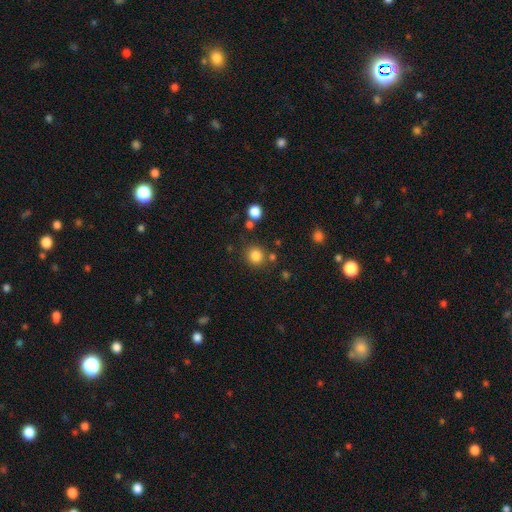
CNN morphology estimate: smooth-or-featured: smooth: 83% | star or artifact: 12% | featured or disk: 5%
  how-rounded: round: 89% | in between: 10% | cigar-shaped: 1%
  merging: none: 82% | minor disturbance: 8% | merger: 6% | major disturbance: 3%